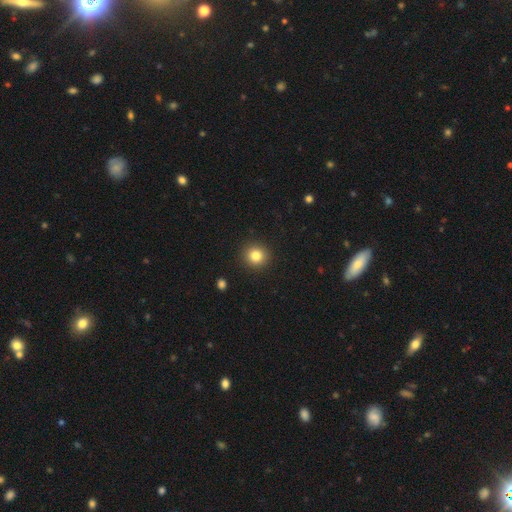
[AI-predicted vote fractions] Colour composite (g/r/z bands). It shows a smooth galaxy with no disk features (83%) that is round (93%). Merging: none (92%).